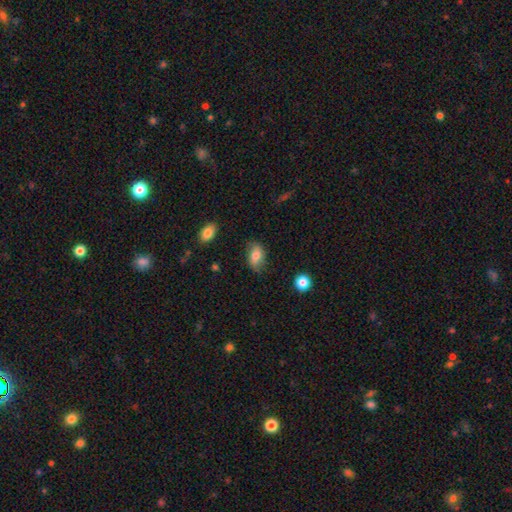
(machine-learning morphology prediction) Smooth or featured? Predicted: smooth (p=0.71). How rounded? Predicted: in between (p=0.88). Merging? Predicted: none (p=0.73).